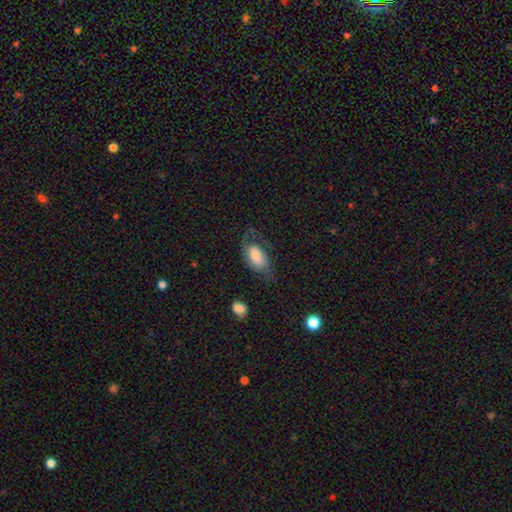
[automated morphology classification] A smooth galaxy with no disk features (47%). Merging: none (45%).